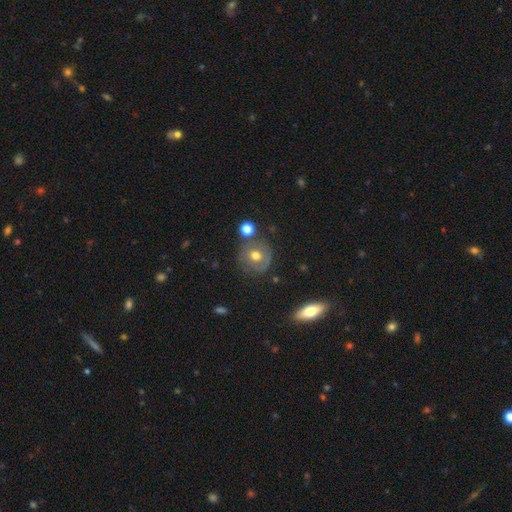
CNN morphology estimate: Q: Smooth or featured?
A: smooth (49%); runner-up: featured or disk (41%)
Q: Merging?
A: none (69%); runner-up: minor disturbance (16%)